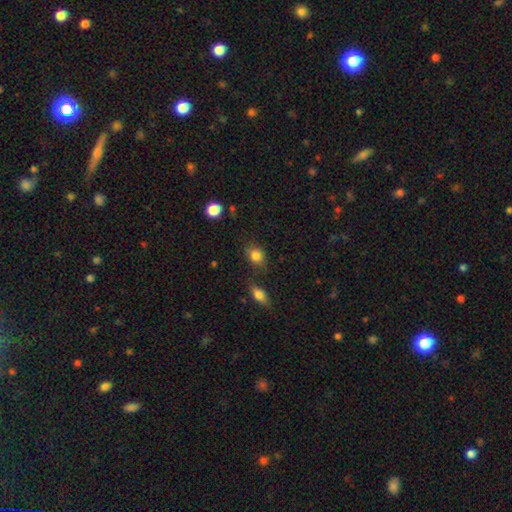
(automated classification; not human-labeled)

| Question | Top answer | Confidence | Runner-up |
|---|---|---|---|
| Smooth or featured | smooth | 84% | star or artifact (10%) |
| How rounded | round | 51% | in between (48%) |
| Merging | none | 73% | minor disturbance (17%) |